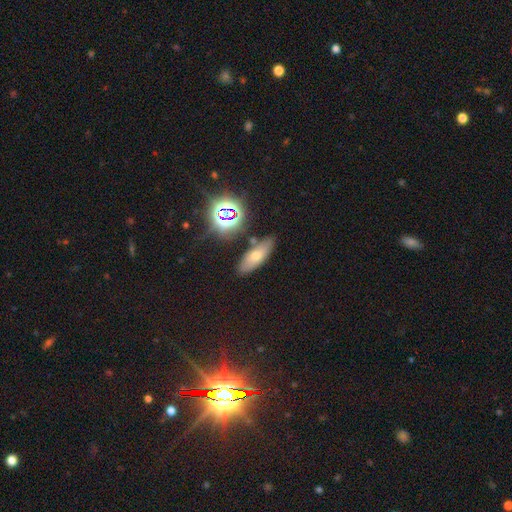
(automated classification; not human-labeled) Q: Smooth or featured?
A: smooth (50%); runner-up: star or artifact (29%)
Q: Merging?
A: none (83%); runner-up: minor disturbance (10%)